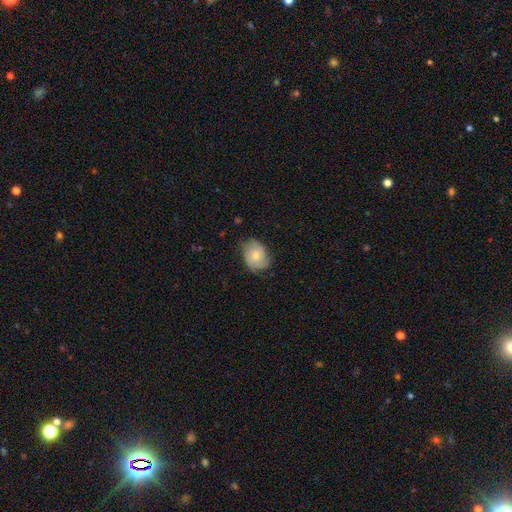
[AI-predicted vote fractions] Smooth or featured? smooth (47%)
Merging? none (67%)